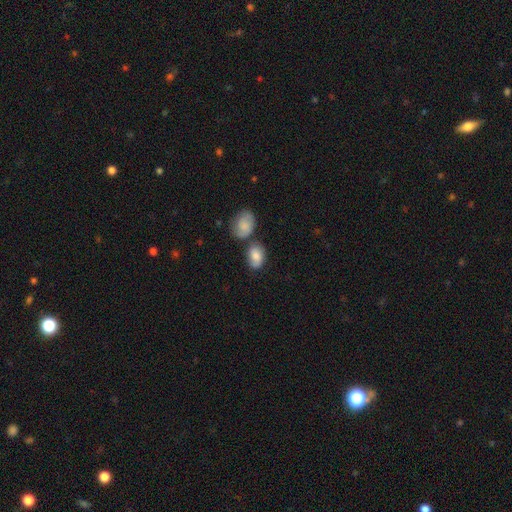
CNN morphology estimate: The model was most divided on "merging": none: 54%, merger: 22%, minor disturbance: 18%, major disturbance: 6%. More confident: how rounded — in between (81%); smooth or featured — smooth (78%).